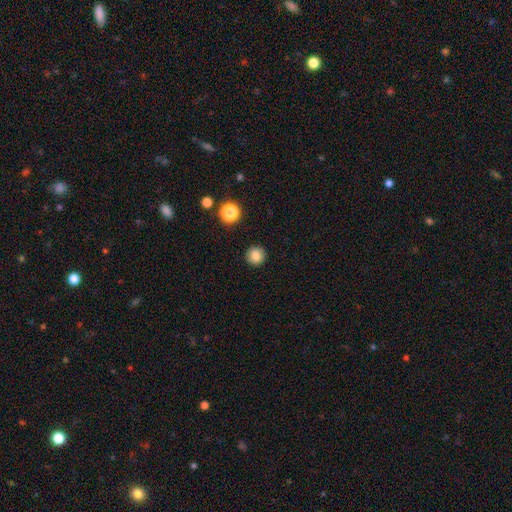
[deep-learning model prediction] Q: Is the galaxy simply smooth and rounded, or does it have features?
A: smooth — 82%.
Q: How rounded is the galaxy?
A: round — 94%.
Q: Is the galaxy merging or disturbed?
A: none — 92%.